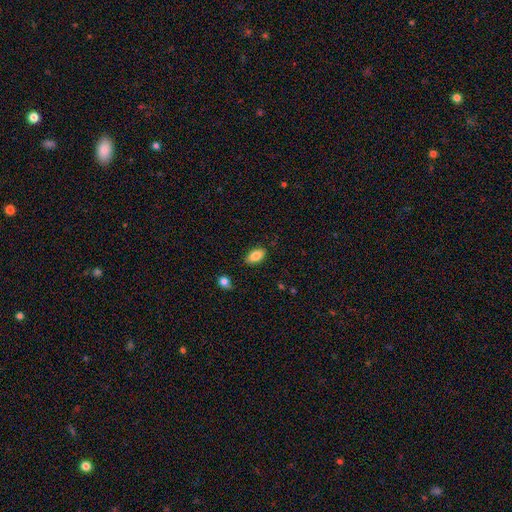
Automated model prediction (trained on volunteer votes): smooth-or-featured: smooth: 85% | star or artifact: 8% | featured or disk: 7%
  how-rounded: in between: 92% | round: 5% | cigar-shaped: 4%
  merging: none: 84% | minor disturbance: 12% | major disturbance: 2% | merger: 2%